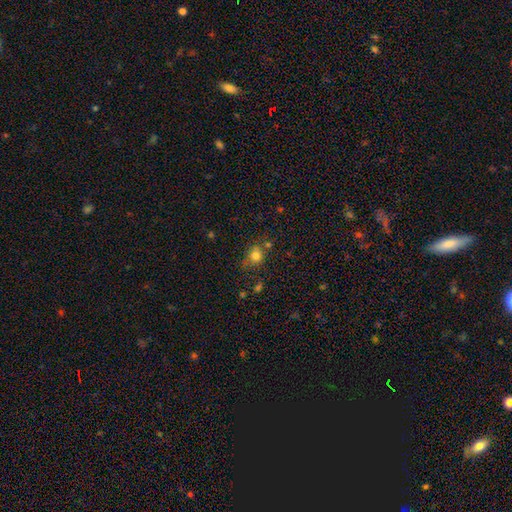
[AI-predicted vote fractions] smooth_or_featured: smooth (p=0.79) [alt: star or artifact p=0.14]
how_rounded: round (p=0.71) [alt: in between p=0.28]
merging: none (p=0.61) [alt: minor disturbance p=0.21]